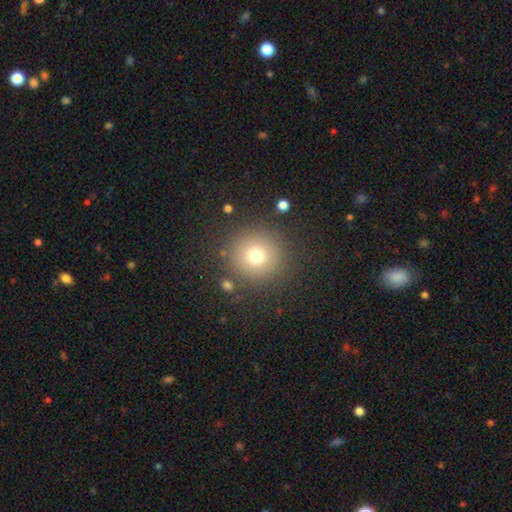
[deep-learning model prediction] This is likely a smooth galaxy (73%). How rounded: clearly round (95%). Merging: clearly none (88%).